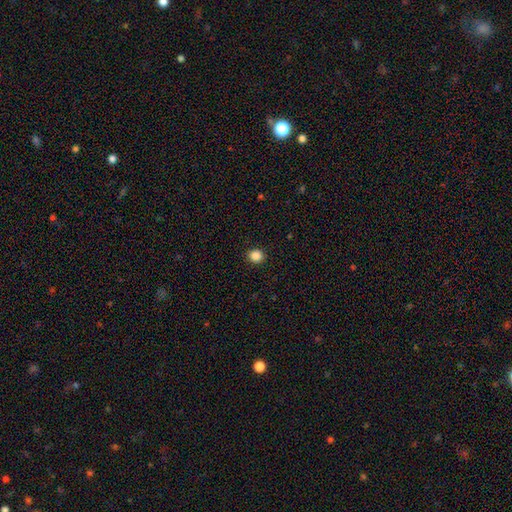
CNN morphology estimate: Overall: smooth (86%). How rounded: round (83%). Merging: none (92%).